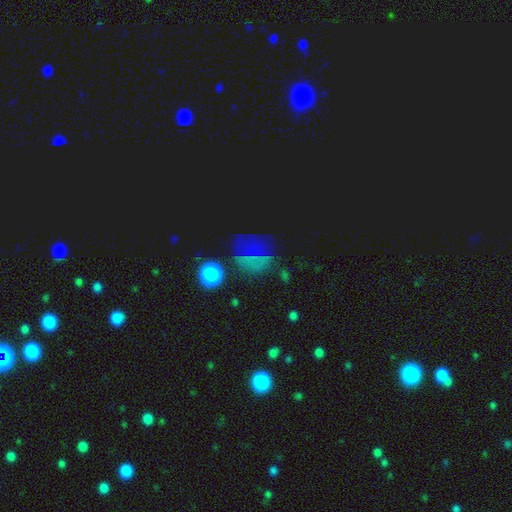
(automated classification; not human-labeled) Smooth or featured: star or artifact — 54% (smooth — 30%)